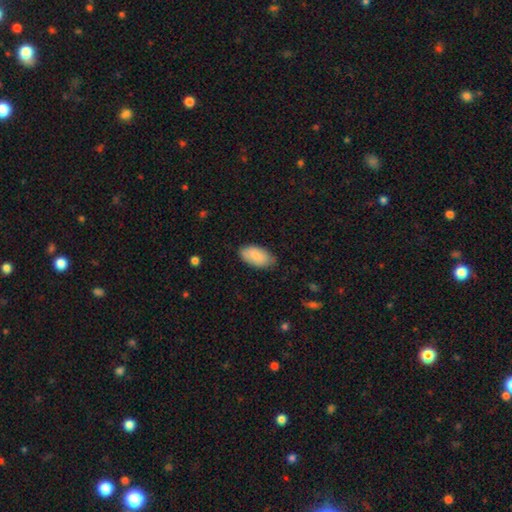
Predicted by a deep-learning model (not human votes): Morphology: type=smooth (85%); roundness=in between (95%); merging=none (76%).